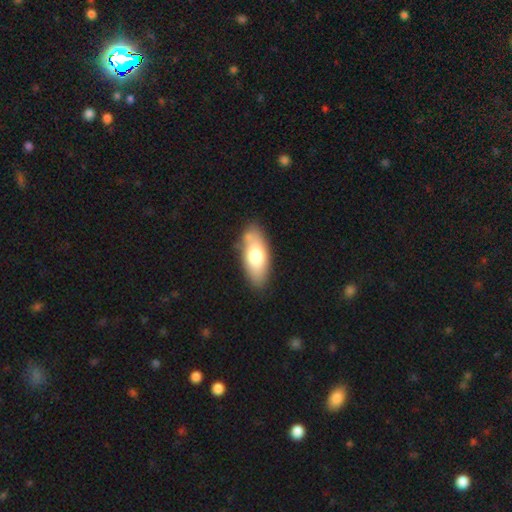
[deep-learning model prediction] Smooth or featured? Predicted: smooth (p=0.71). How rounded? Predicted: in between (p=0.82). Merging? Predicted: none (p=0.76).